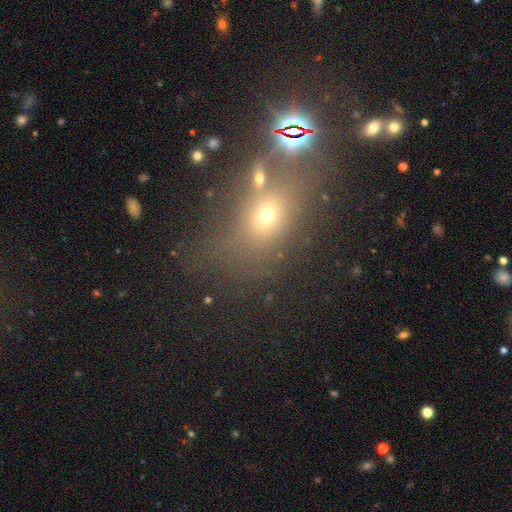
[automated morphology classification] Q: Smooth or featured?
A: smooth (48%); runner-up: star or artifact (36%)
Q: Merging?
A: none (60%); runner-up: merger (16%)